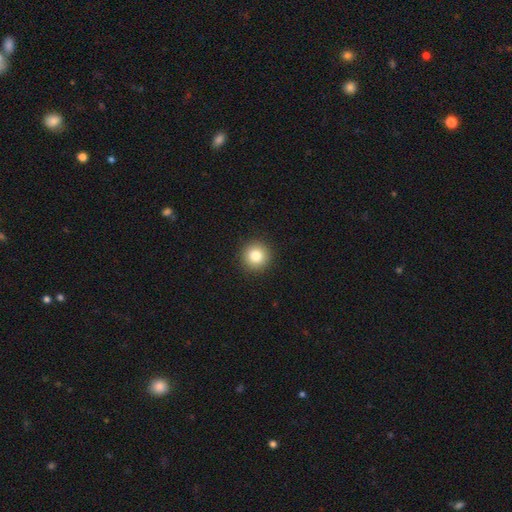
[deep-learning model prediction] Smooth or featured? Predicted: smooth (p=0.82). How rounded? Predicted: round (p=0.95). Merging? Predicted: none (p=0.93).